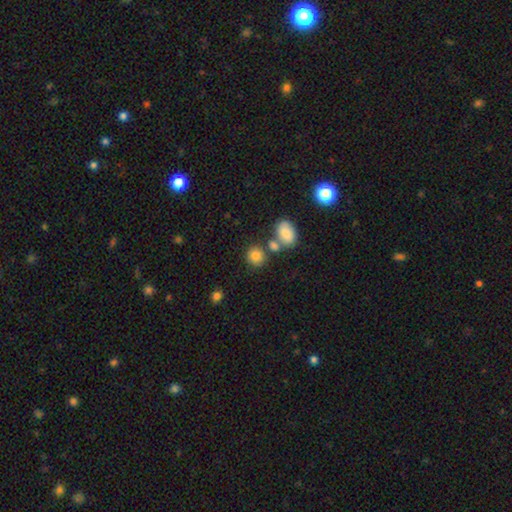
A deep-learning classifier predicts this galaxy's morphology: smooth-or-featured: smooth: 81% | star or artifact: 10% | featured or disk: 8%
  how-rounded: round: 78% | in between: 21% | cigar-shaped: 1%
  merging: none: 66% | merger: 20% | minor disturbance: 10% | major disturbance: 4%